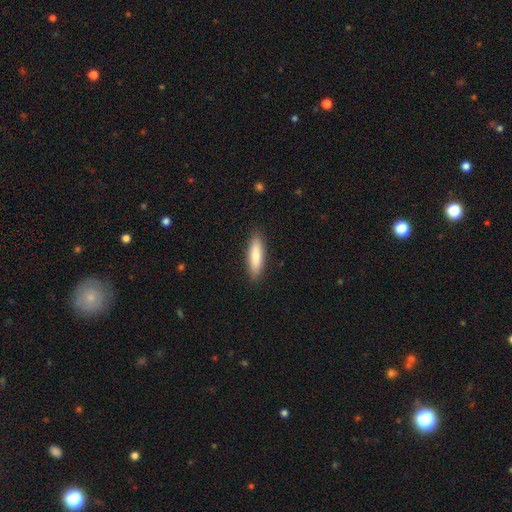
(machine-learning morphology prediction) type=smooth (84%); roundness=cigar-shaped (63%); merging=none (89%).